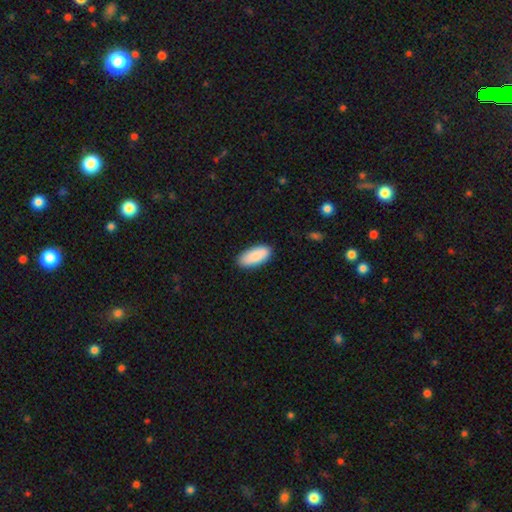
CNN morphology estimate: The model was most divided on "merging": none: 88%, minor disturbance: 10%, major disturbance: 2%, merger: 1%. More confident: how rounded — in between (90%); smooth or featured — smooth (89%).